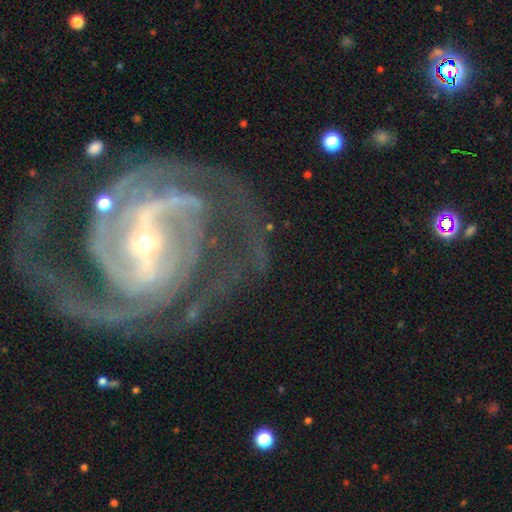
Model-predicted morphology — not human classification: smooth-or-featured: featured or disk: 92% | star or artifact: 5% | smooth: 3%
  disk-edge-on: no: 98% | yes: 2%
    bar: strong: 62% | weak: 27% | no: 11%
    has-spiral-arms: yes: 98% | no: 2%
      spiral-winding: medium: 47% | tight: 42% | loose: 11%
      spiral-arm-count: 2: 48% | 3: 20% | can't tell: 11% | 4: 10% | more than 4: 6% | 1: 6%
    bulge-size: small: 72% | moderate: 24% | large: 2% | none: 1% | dominant: 1%
  merging: none: 65% | major disturbance: 17% | minor disturbance: 15% | merger: 3%